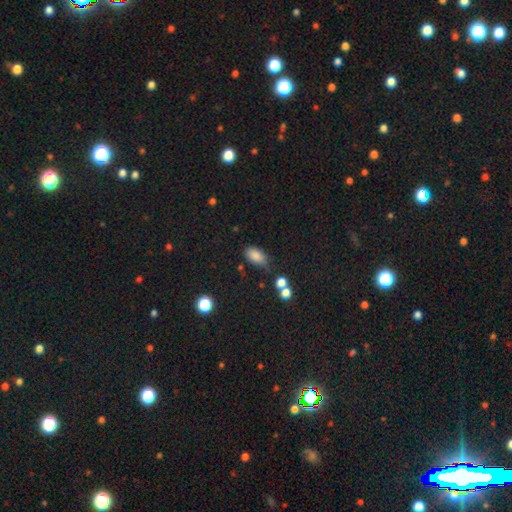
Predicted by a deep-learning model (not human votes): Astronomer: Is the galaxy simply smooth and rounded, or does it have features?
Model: smooth — 83%.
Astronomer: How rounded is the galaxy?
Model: in between — 91%.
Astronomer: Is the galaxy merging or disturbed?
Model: none — 64%.